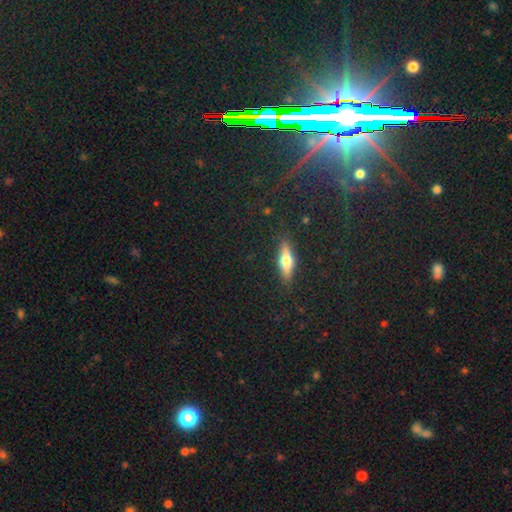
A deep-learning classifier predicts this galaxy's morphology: Smooth or featured? Predicted: star or artifact (p=0.38).